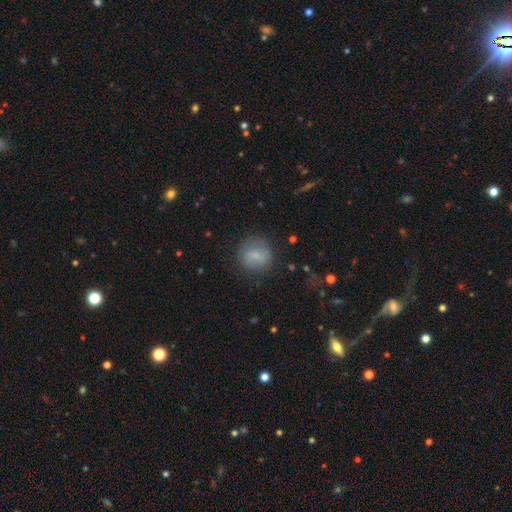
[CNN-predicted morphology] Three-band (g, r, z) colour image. It shows a smooth galaxy with no disk features (73%) that is round (81%). Merging: none (80%).